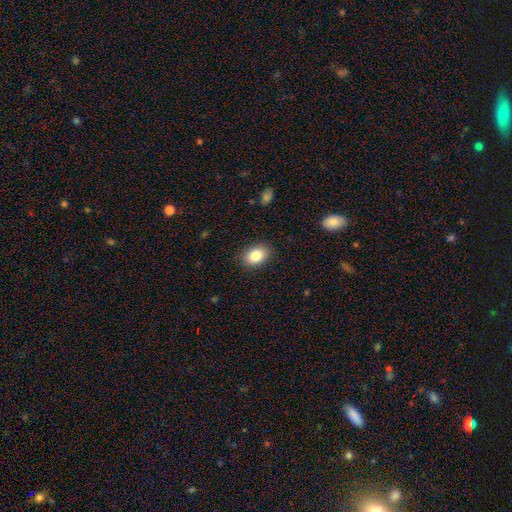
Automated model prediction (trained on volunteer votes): Smooth or featured: smooth — 85% (star or artifact — 8%)
How rounded: in between — 78% (round — 21%)
Merging: none — 88% (minor disturbance — 9%)